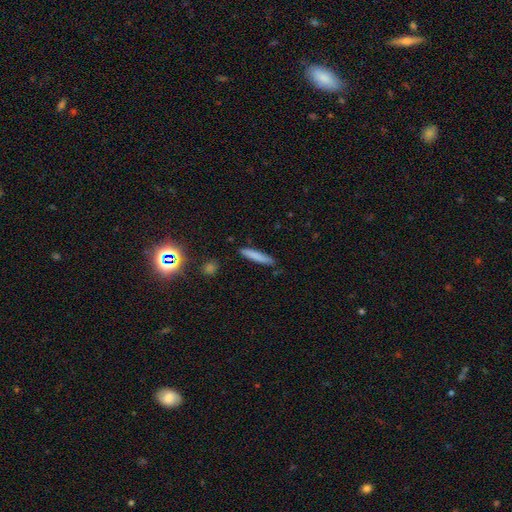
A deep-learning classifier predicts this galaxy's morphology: Smooth or featured: smooth — 79% (featured or disk — 14%)
How rounded: cigar-shaped — 91% (in between — 7%)
Merging: none — 84% (minor disturbance — 11%)